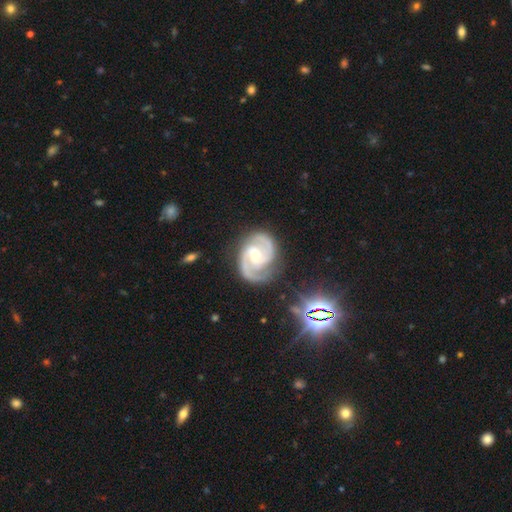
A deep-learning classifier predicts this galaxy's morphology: smooth-or-featured: featured or disk: 92% | star or artifact: 4% | smooth: 3%
  disk-edge-on: no: 98% | yes: 2%
    bar: weak: 46% | no: 37% | strong: 17%
    has-spiral-arms: yes: 98% | no: 2%
      spiral-winding: medium: 52% | tight: 42% | loose: 7%
      spiral-arm-count: 2: 90% | 3: 5% | can't tell: 2% | 1: 1% | 4: 1% | more than 4: 1%
    bulge-size: moderate: 54% | small: 42% | large: 2% | none: 1% | dominant: 1%
  merging: none: 79% | minor disturbance: 15% | major disturbance: 4% | merger: 2%